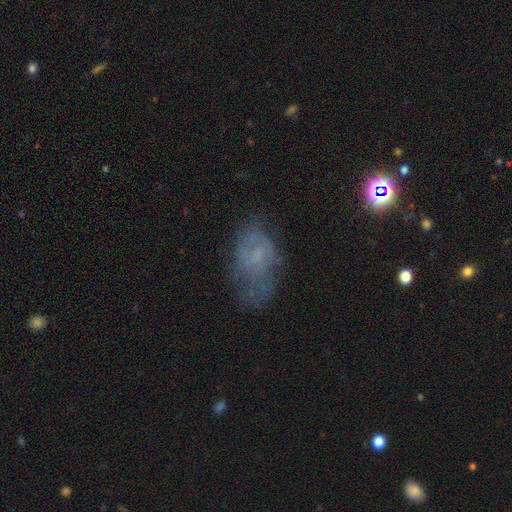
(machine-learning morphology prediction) A featured or disk galaxy (45%). Merging: none (51%).